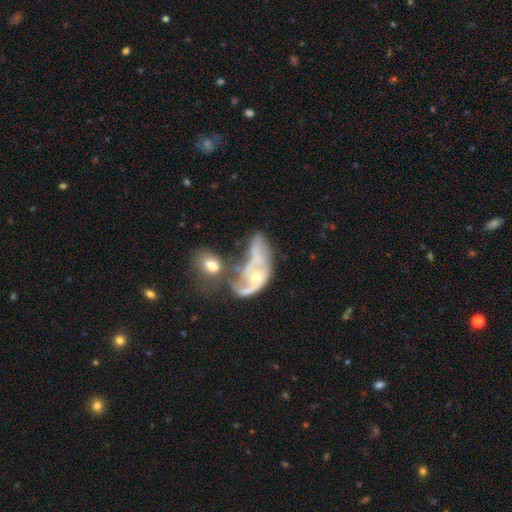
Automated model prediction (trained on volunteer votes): A featured or disk galaxy (62%) with no bar (81%), no spiral arms (54%) and a moderate central bulge (55%). Merging: merger (57%).